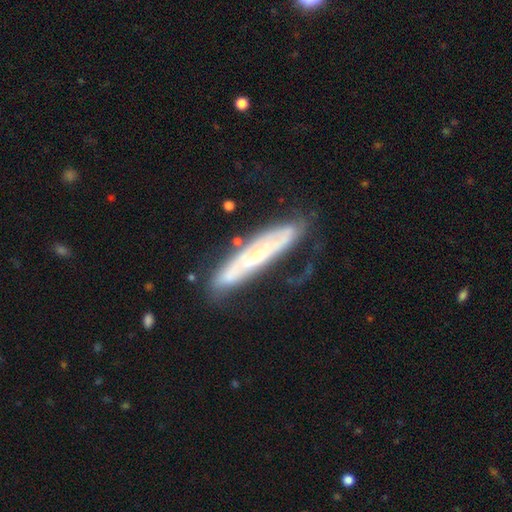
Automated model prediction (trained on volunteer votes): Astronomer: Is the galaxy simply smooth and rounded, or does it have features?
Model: featured or disk — 70%.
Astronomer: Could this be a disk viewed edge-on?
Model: no — 56% (runner-up: yes, 44%).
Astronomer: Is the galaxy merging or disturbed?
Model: none — 61%.